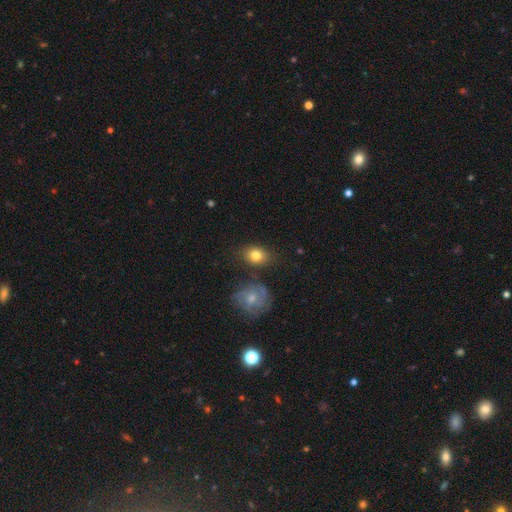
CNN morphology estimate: smooth_or_featured: smooth (p=0.78) [alt: featured or disk p=0.14]
how_rounded: in between (p=0.62) [alt: round p=0.36]
merging: none (p=0.73) [alt: minor disturbance p=0.15]